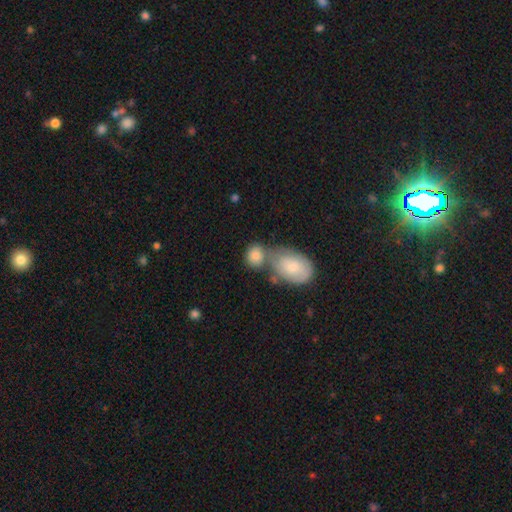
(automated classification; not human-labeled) A smooth galaxy with no disk features (81%) that is round (52%). Merging: merger (46%).